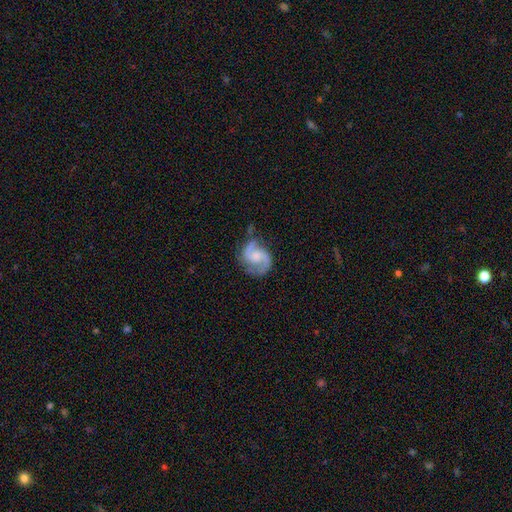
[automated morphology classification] This is clearly a featured or disk galaxy (87%). It is clearly not viewed edge-on (98%). Bar: possibly no (56%). Spiral arm pattern: clearly yes (97%). Spiral arm count: clearly 2 (92%). Spiral winding: possibly medium (58%). Central bulge: marginally moderate (35%, tied with small). Merging: likely none (70%).